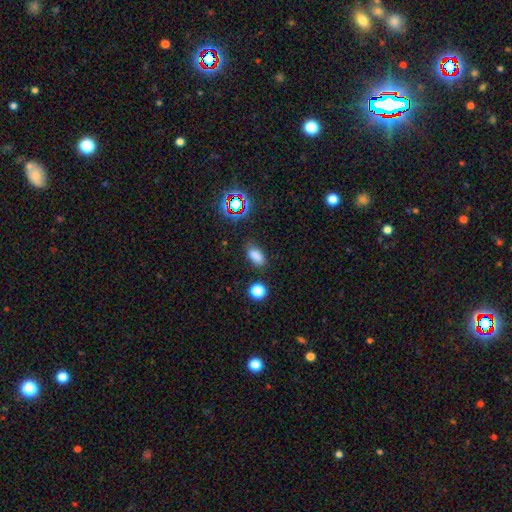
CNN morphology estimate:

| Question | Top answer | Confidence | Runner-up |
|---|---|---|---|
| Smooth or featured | smooth | 77% | star or artifact (17%) |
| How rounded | in between | 86% | round (9%) |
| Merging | none | 77% | minor disturbance (15%) |